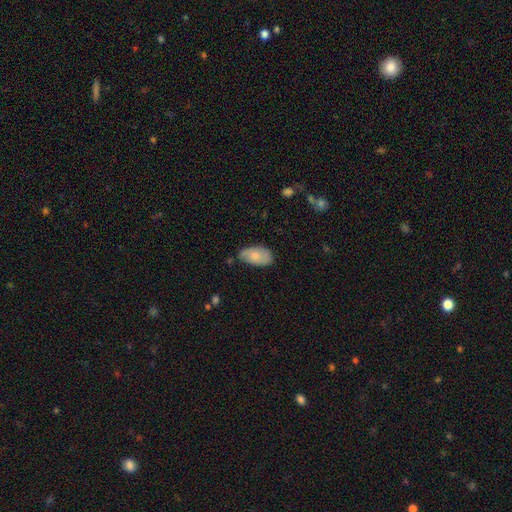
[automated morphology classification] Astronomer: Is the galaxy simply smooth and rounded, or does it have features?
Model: smooth — 71%.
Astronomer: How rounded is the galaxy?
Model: in between — 94%.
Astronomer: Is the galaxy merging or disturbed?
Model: none — 64%.